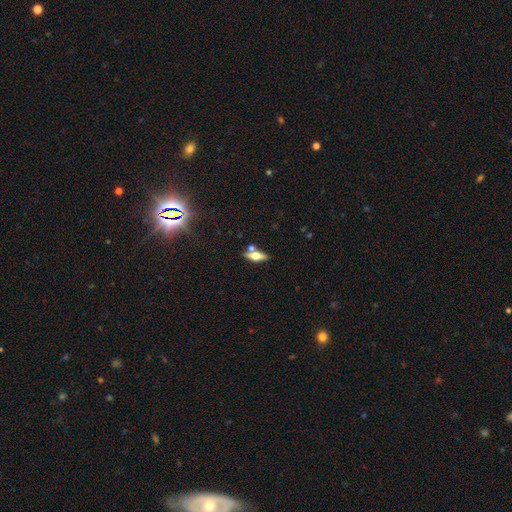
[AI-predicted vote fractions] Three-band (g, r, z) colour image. It shows a featured or disk galaxy (51%) viewed edge-on (89%). Merging: none (64%).